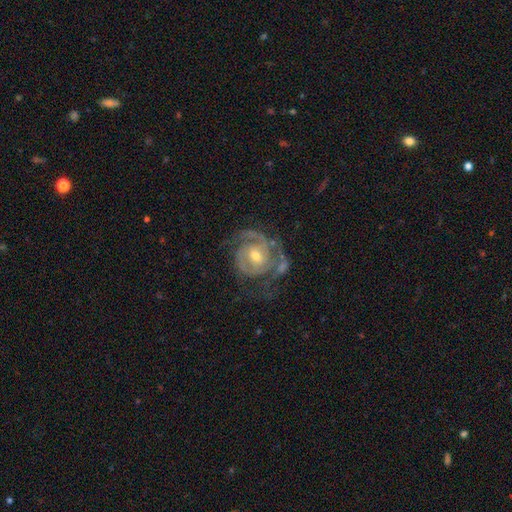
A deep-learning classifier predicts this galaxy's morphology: Smooth or featured? featured or disk (87%)
Edge-on disk? no (98%)
Bar? no (54%)
Spiral arms? yes (93%)
Spiral winding? tight (59%)
Spiral arm count? 2 (51%)
Bulge size? moderate (55%)
Merging? none (52%)